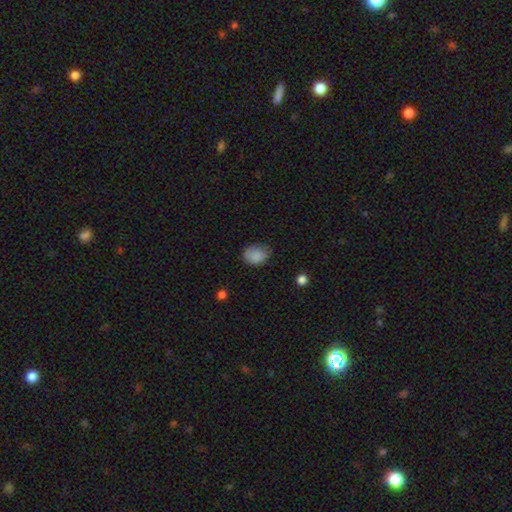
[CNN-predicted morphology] Overall: smooth (86%). How rounded: in between (65%; round 35%). Merging: none (65%; minor disturbance 28%).